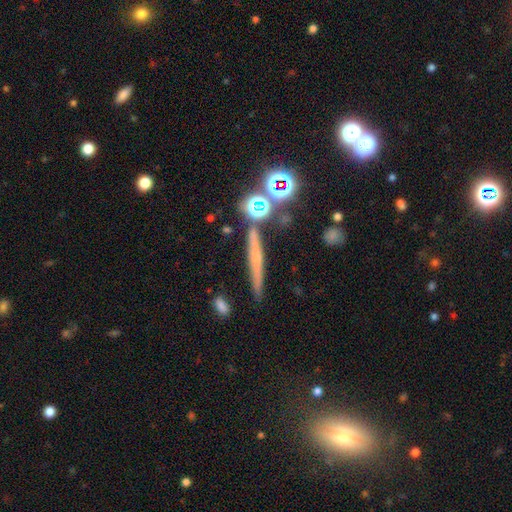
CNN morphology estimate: Smooth or featured? featured or disk (44%)
Merging? none (80%)